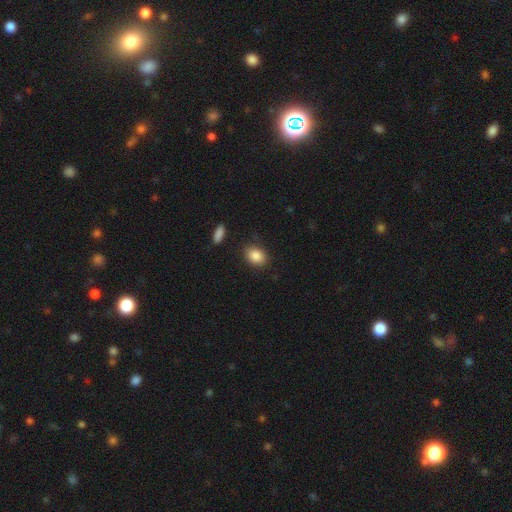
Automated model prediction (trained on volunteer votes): Morphology: type=smooth (87%); roundness=in between (67%); merging=none (85%).